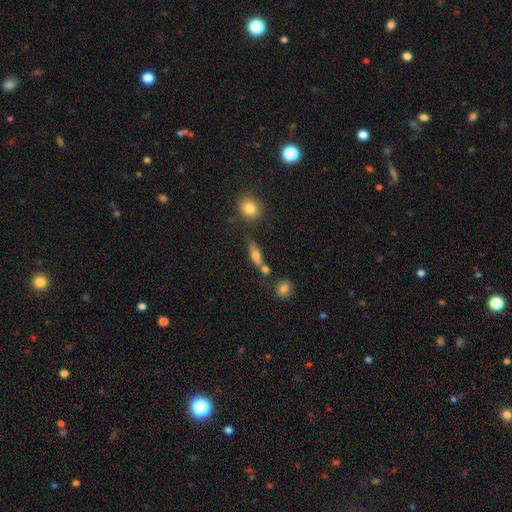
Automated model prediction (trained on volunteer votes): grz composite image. It shows a smooth galaxy with no disk features (66%) that is in between round and cigar-shaped (53%). Merging: none (57%).